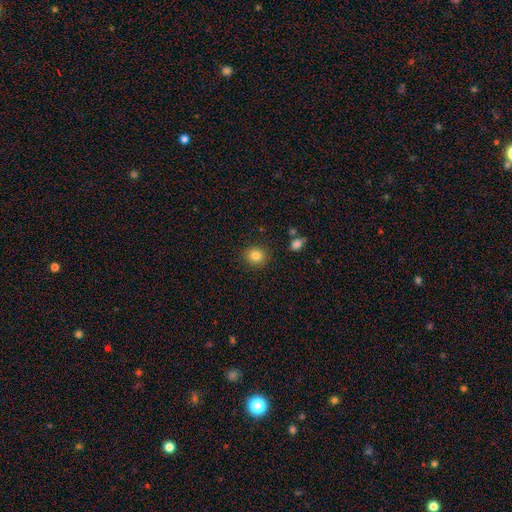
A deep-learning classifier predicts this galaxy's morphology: Overall: smooth (84%). How rounded: round (82%). Merging: none (89%).